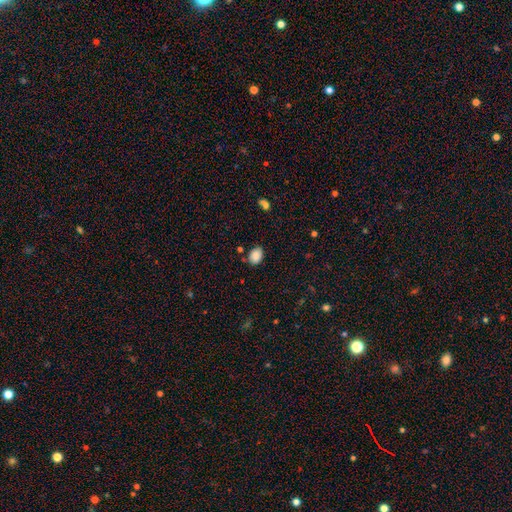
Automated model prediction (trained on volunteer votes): Smooth or featured?
  - smooth: 87% *
  - star or artifact: 9%
  - featured or disk: 4%
How rounded?
  - in between: 73% *
  - round: 26%
  - cigar-shaped: 1%
Merging?
  - none: 79% *
  - minor disturbance: 14%
  - merger: 3%
  - major disturbance: 3%